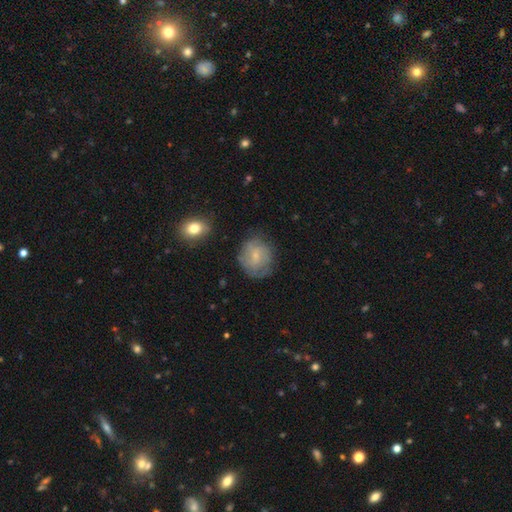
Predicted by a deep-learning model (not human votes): The model was most divided on "smooth or featured": smooth: 48%, featured or disk: 43%, star or artifact: 9%. More confident: merging — none (71%).